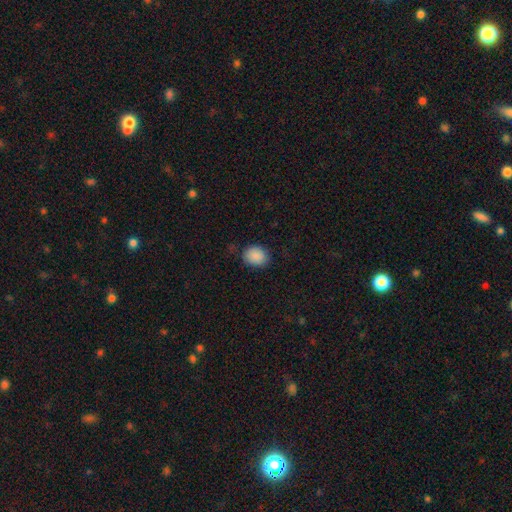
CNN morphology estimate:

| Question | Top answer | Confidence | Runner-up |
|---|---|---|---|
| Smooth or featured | smooth | 89% | star or artifact (8%) |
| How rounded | round | 56% | in between (43%) |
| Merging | none | 82% | minor disturbance (13%) |